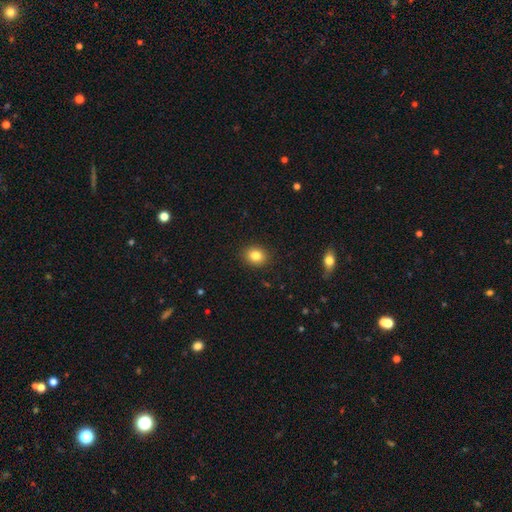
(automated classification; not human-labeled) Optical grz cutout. It shows a smooth galaxy with no disk features (83%) that is round (60%). Merging: none (90%).